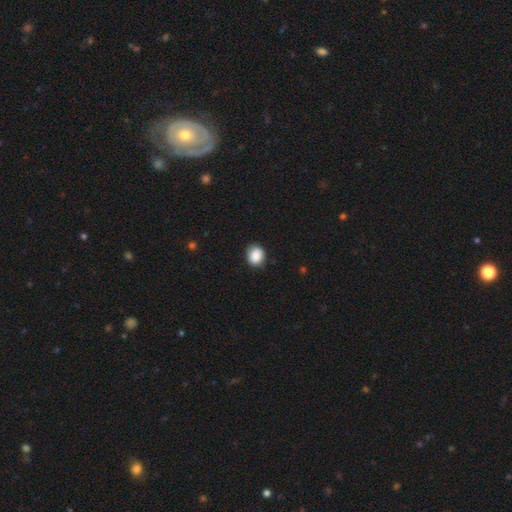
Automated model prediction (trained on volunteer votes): Smooth or featured? Predicted: smooth (p=0.87). How rounded? Predicted: round (p=0.67). Merging? Predicted: none (p=0.82).